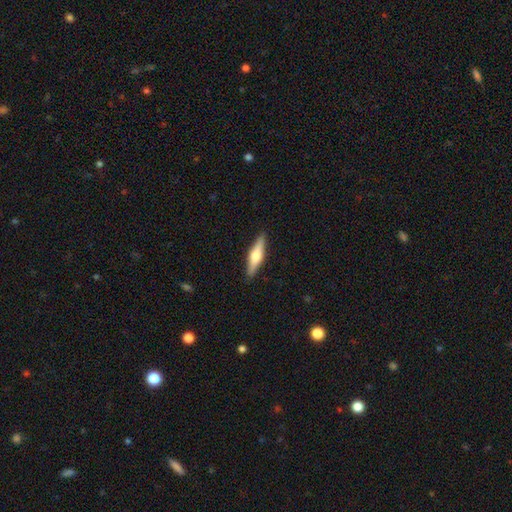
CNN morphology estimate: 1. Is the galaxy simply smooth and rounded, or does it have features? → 56% featured or disk, 39% smooth, 6% star or artifact.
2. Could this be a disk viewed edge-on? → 96% yes, 4% no.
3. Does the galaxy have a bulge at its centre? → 90% rounded, 7% boxy, 3% none.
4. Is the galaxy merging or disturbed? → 90% none, 7% minor disturbance, 1% major disturbance, 1% merger.